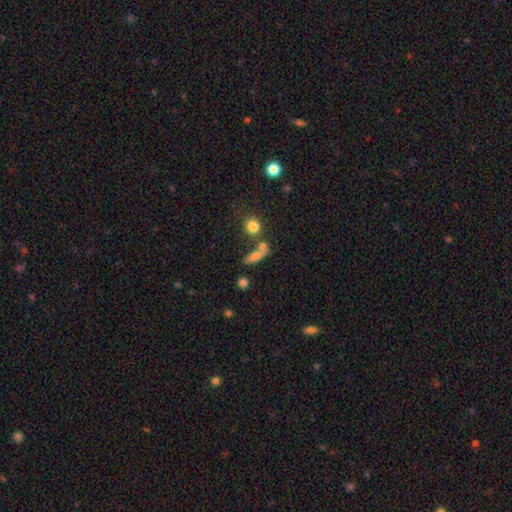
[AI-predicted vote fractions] A smooth galaxy with no disk features (66%) that is in between round and cigar-shaped (50%).

Vote fractions:
- Smooth or featured? smooth: 66% / featured or disk: 23% / star or artifact: 12%
- How rounded? in between: 50% / cigar-shaped: 33% / round: 17%
- Merging? none: 44% / merger: 33% / minor disturbance: 14% / major disturbance: 9%